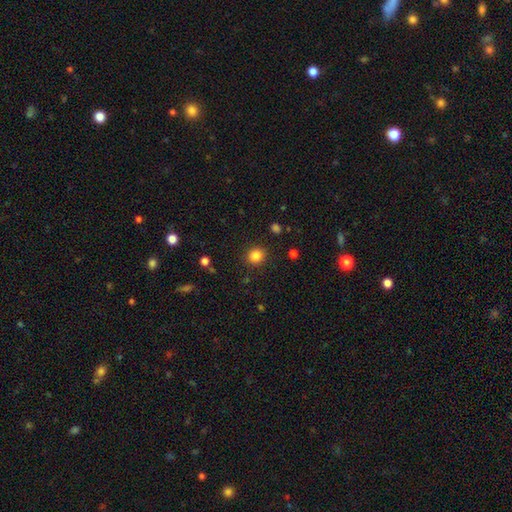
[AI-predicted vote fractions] Morphology: type=smooth (84%); roundness=round (84%); merging=none (89%).